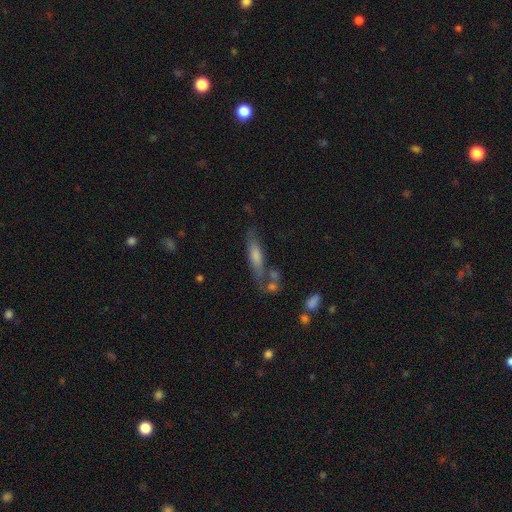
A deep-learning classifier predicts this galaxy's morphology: Smooth or featured?
  - smooth: 48% *
  - featured or disk: 42%
  - star or artifact: 10%
Merging?
  - none: 61% *
  - minor disturbance: 18%
  - merger: 14%
  - major disturbance: 8%